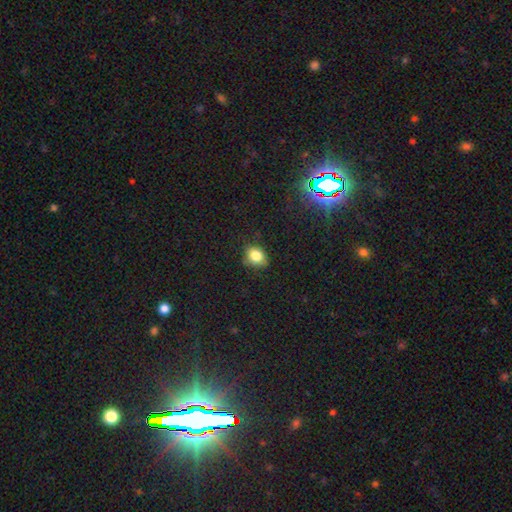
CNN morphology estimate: This appears to be a smooth galaxy with no disk features (82%) that is round (53%). Merging: none (73%).